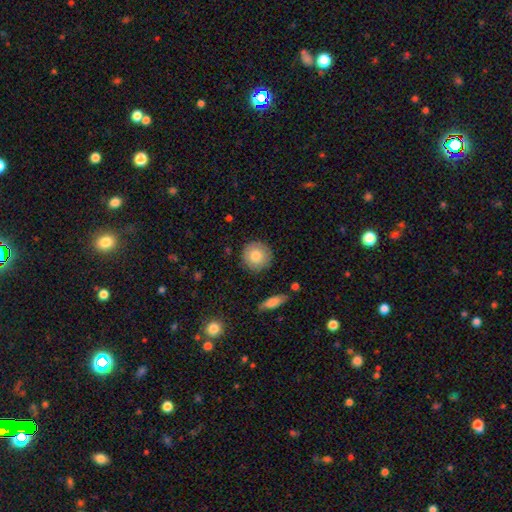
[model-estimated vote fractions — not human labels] smooth-or-featured: smooth: 81% | featured or disk: 13% | star or artifact: 7%
  how-rounded: round: 94% | in between: 5% | cigar-shaped: 1%
  merging: none: 88% | minor disturbance: 9% | major disturbance: 2% | merger: 1%